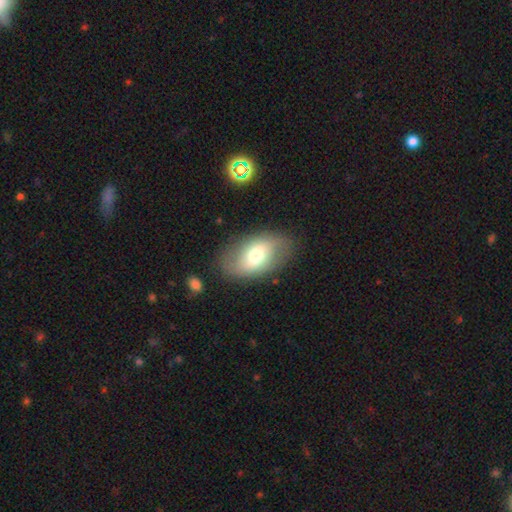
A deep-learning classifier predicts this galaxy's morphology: smooth_or_featured: smooth (p=0.57) [alt: featured or disk p=0.35]
how_rounded: in between (p=0.89) [alt: round p=0.09]
merging: none (p=0.80) [alt: minor disturbance p=0.13]